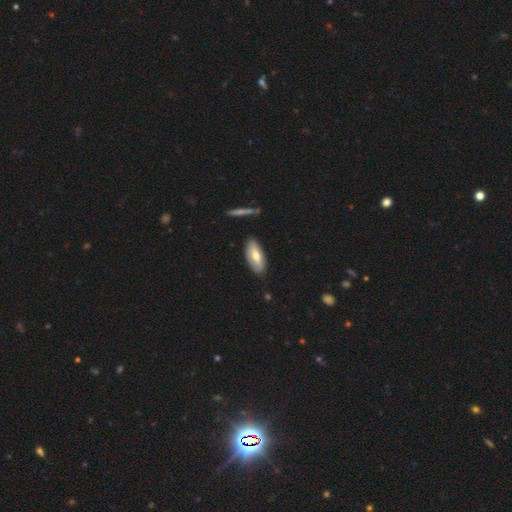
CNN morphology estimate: The model was most divided on "smooth or featured": smooth: 65%, featured or disk: 29%, star or artifact: 6%. More confident: how rounded — in between (85%); merging — none (82%).